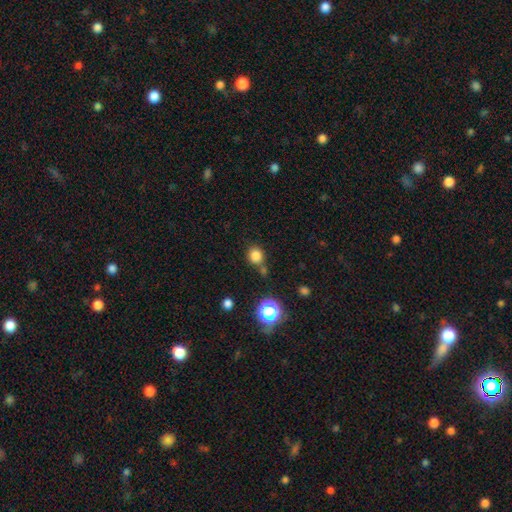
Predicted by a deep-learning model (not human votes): A smooth galaxy with no disk features (80%) that is round (82%).

Vote fractions:
- Smooth or featured? smooth: 80% / star or artifact: 15% / featured or disk: 5%
- How rounded? round: 82% / in between: 17% / cigar-shaped: 1%
- Merging? none: 70% / merger: 14% / minor disturbance: 13% / major disturbance: 4%